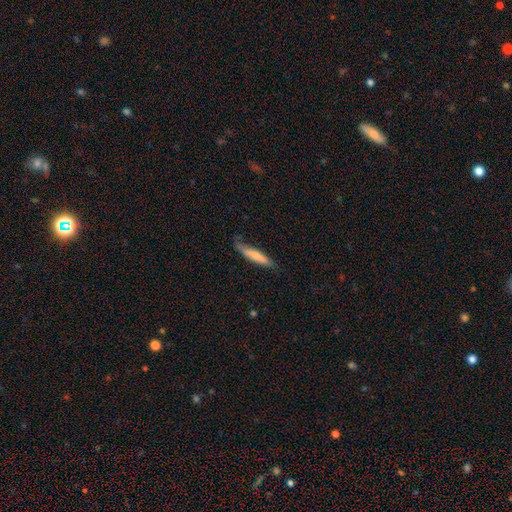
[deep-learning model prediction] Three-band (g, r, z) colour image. It shows a smooth galaxy with no disk features (71%) that is cigar-shaped (87%). Merging: none (64%).